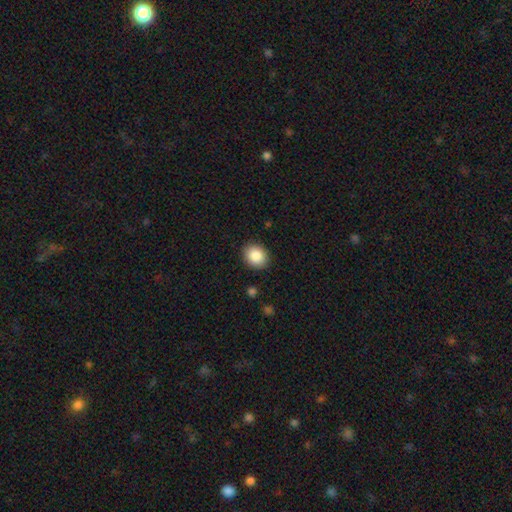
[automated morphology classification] Smooth or featured? smooth (87%)
How rounded? round (60%)
Merging? none (89%)